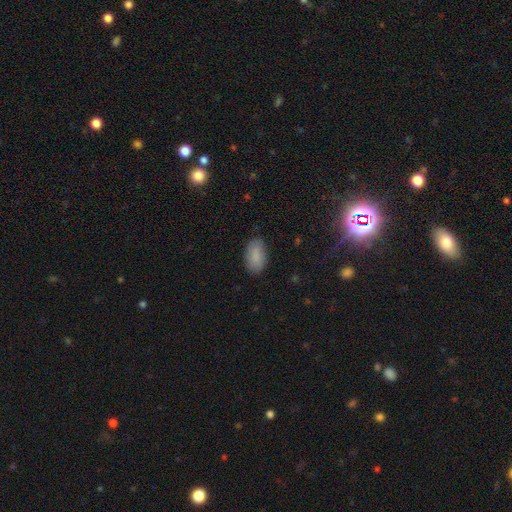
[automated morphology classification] This appears to be a smooth galaxy with no disk features (87%) that is in between round and cigar-shaped (94%). Merging: none (85%).